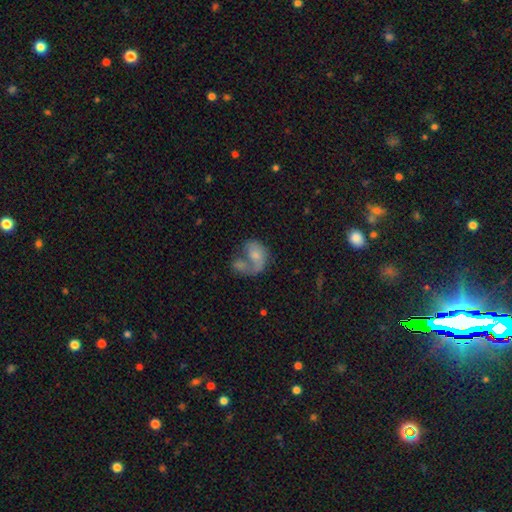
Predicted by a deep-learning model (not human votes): Q: Smooth or featured?
A: smooth (51%); runner-up: featured or disk (40%)
Q: How rounded?
A: in between (70%); runner-up: round (28%)
Q: Merging?
A: merger (53%); runner-up: major disturbance (20%)